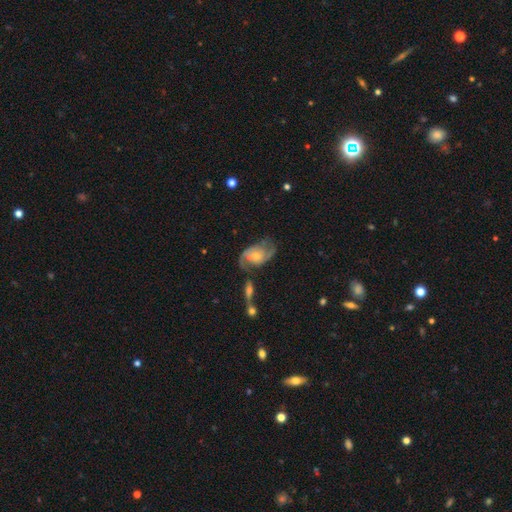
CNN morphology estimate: Smooth or featured? Predicted: featured or disk (p=0.82). Edge-on disk? Predicted: no (p=0.96). Bar? Predicted: no (p=0.67). Spiral arms? Predicted: yes (p=0.94). Spiral winding? Predicted: medium (p=0.48). Spiral arm count? Predicted: 2 (p=0.87). Bulge size? Predicted: small (p=0.49). Merging? Predicted: none (p=0.55).